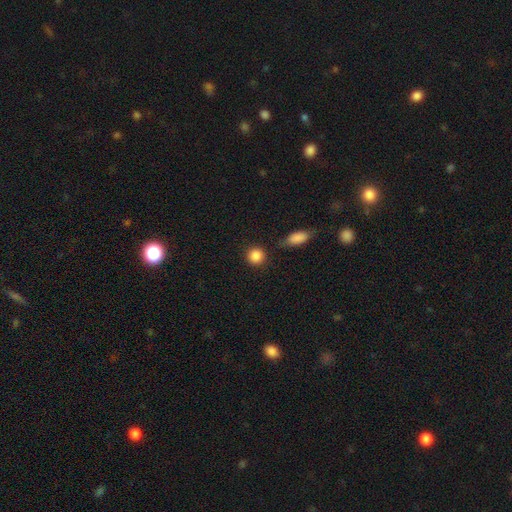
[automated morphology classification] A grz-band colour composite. It shows a smooth galaxy with no disk features (87%) that is round (90%). Merging: none (83%).